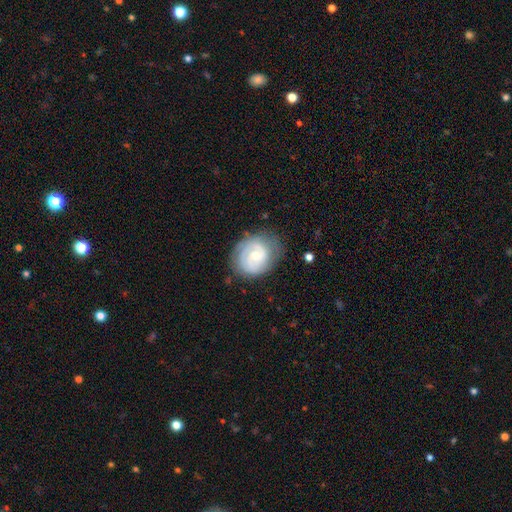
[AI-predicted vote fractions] smooth_or_featured: featured or disk (p=0.71) [alt: smooth p=0.23]
disk_edge_on: no (p=0.98) [alt: yes p=0.02]
bar: no (p=0.58) [alt: weak p=0.36]
has_spiral_arms: yes (p=0.87) [alt: no p=0.13]
spiral_winding: tight (p=0.63) [alt: medium p=0.28]
spiral_arm_count: 2 (p=0.49) [alt: can't tell p=0.29]
bulge_size: moderate (p=0.48) [alt: small p=0.46]
merging: none (p=0.69) [alt: minor disturbance p=0.21]